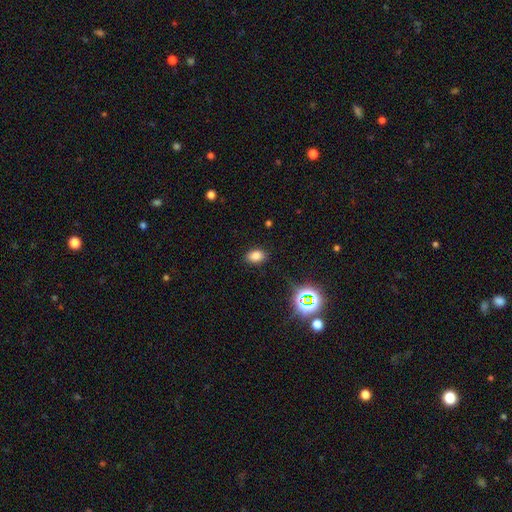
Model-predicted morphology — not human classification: Smooth or featured? Predicted: smooth (p=0.78). How rounded? Predicted: in between (p=0.79). Merging? Predicted: none (p=0.87).